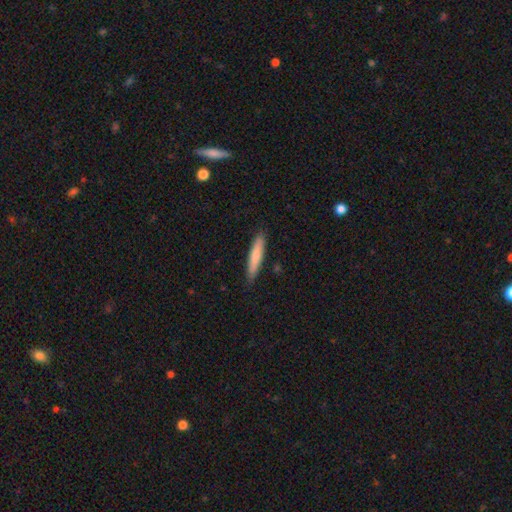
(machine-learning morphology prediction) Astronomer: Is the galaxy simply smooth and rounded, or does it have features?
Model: smooth — 74%.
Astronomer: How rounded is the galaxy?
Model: cigar-shaped — 89%.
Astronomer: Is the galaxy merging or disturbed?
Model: none — 86%.